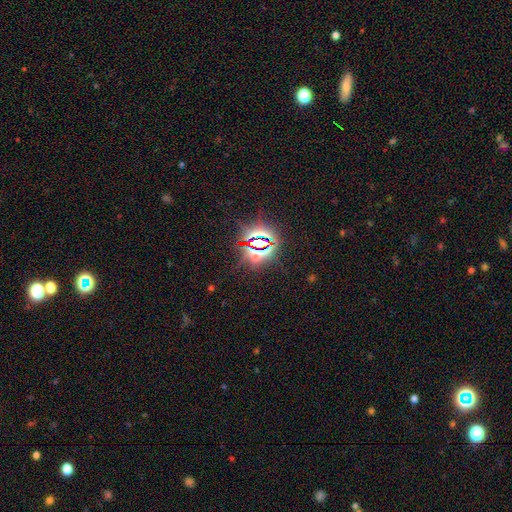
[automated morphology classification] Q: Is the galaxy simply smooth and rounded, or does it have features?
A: star or artifact — 80%.